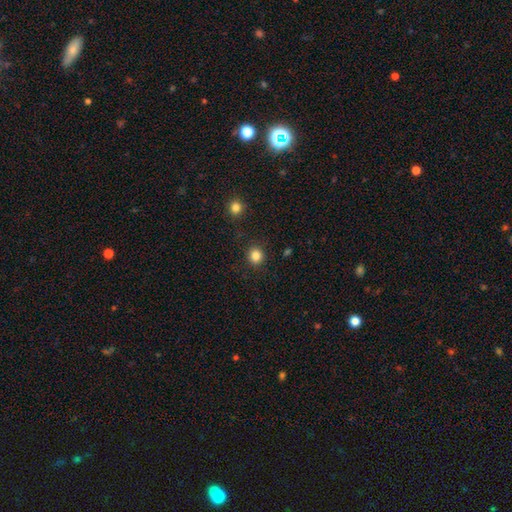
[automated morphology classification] Q: Smooth or featured?
A: smooth (84%); runner-up: star or artifact (12%)
Q: How rounded?
A: round (88%); runner-up: in between (11%)
Q: Merging?
A: none (90%); runner-up: minor disturbance (6%)